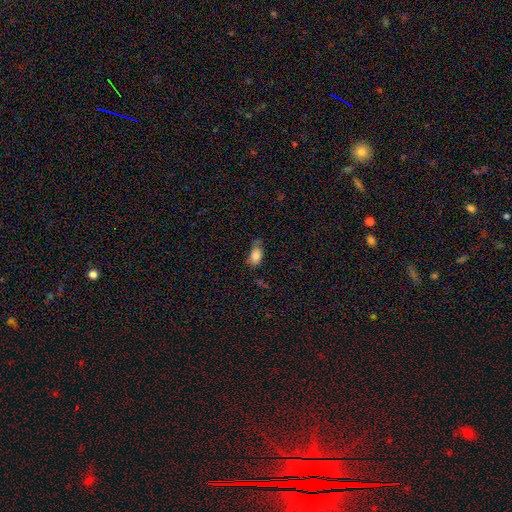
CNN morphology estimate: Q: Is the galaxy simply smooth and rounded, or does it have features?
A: smooth — 82%.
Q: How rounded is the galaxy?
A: in between — 88%.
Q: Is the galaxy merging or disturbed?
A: none — 49%.